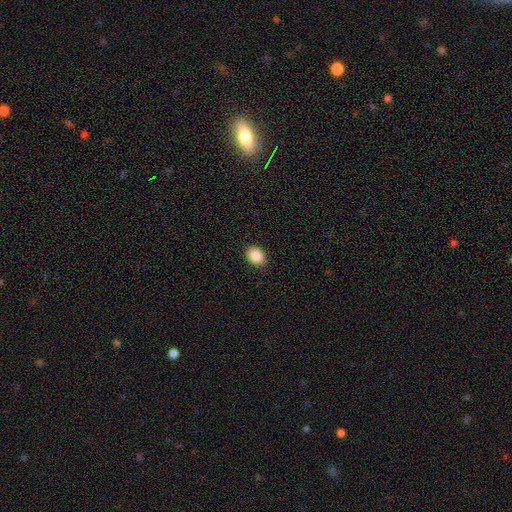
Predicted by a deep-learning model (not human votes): This appears to be a smooth galaxy with no disk features (87%) that is in between round and cigar-shaped (56%). Merging: none (89%).